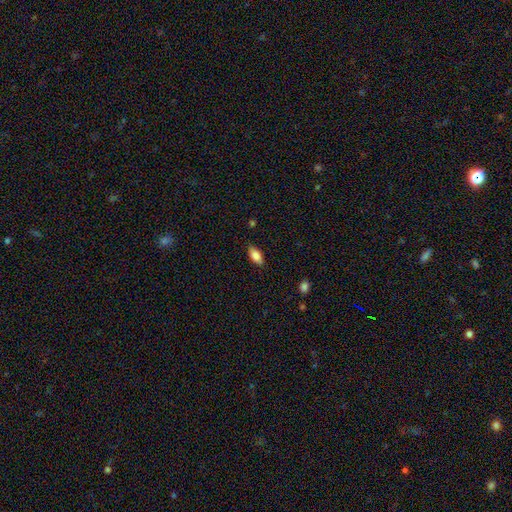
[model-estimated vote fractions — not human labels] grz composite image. It shows a smooth galaxy with no disk features (83%) that is in between round and cigar-shaped (89%). Merging: none (85%).